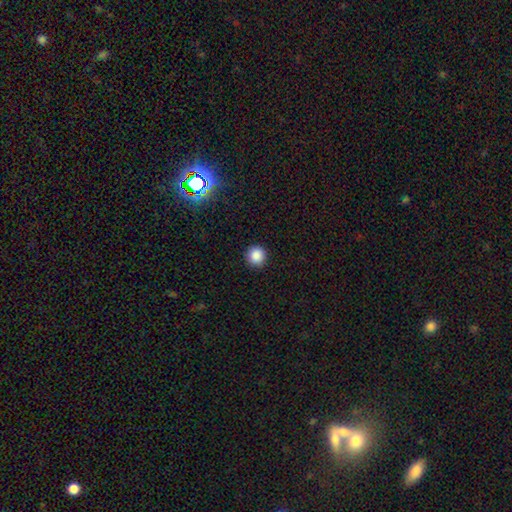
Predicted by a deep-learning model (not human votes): smooth_or_featured: smooth (p=0.86) [alt: star or artifact p=0.11]
how_rounded: round (p=0.95) [alt: in between p=0.04]
merging: none (p=0.92) [alt: minor disturbance p=0.05]